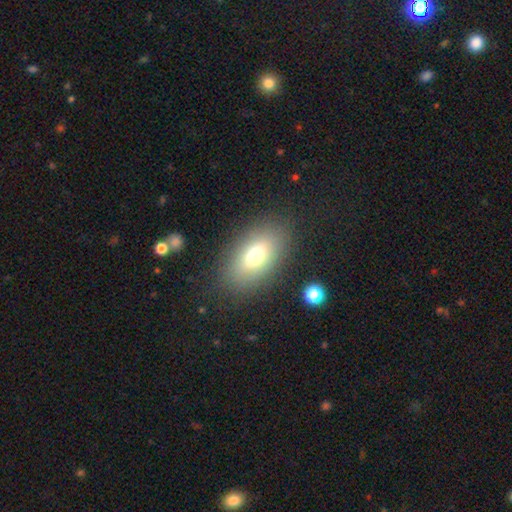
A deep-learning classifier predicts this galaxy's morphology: smooth_or_featured: smooth (p=0.71) [alt: featured or disk p=0.17]
how_rounded: in between (p=0.89) [alt: round p=0.08]
merging: none (p=0.83) [alt: minor disturbance p=0.11]